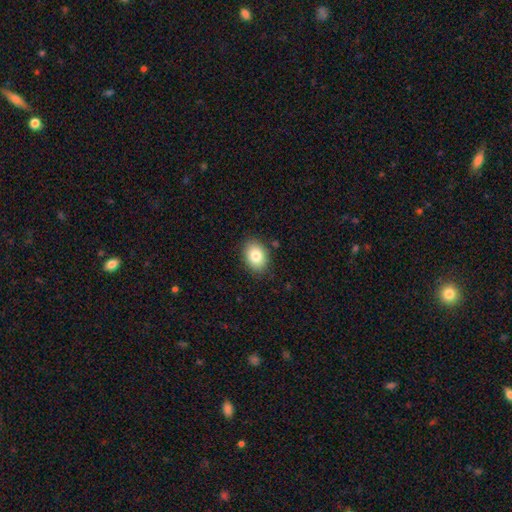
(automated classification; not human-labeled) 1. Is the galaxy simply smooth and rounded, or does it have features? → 83% smooth, 9% featured or disk, 8% star or artifact.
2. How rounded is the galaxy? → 70% in between, 29% round, 1% cigar-shaped.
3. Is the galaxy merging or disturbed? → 86% none, 10% minor disturbance, 2% major disturbance, 1% merger.